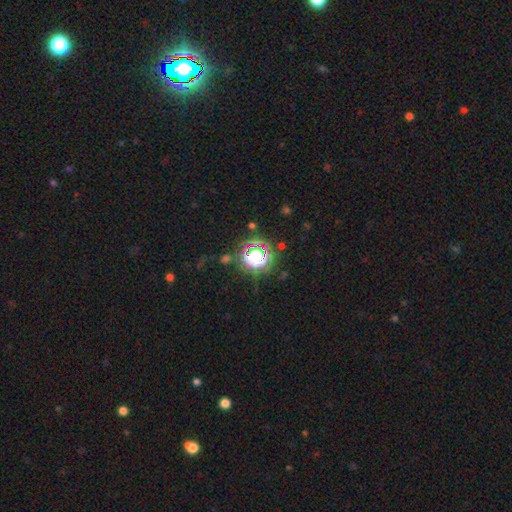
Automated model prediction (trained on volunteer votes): star or artifact 58%, smooth 31%, featured or disk 11%.